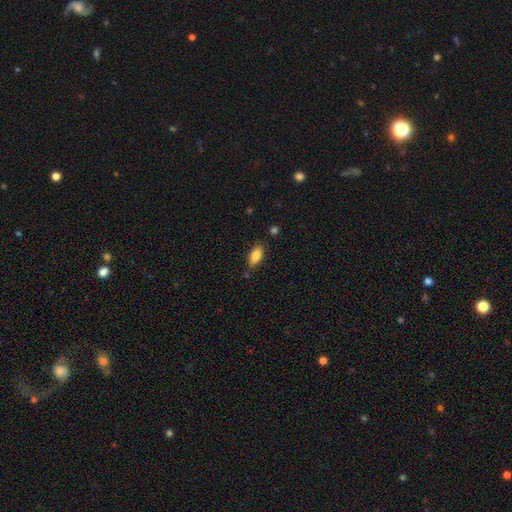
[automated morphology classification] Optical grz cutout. It shows a smooth galaxy with no disk features (86%) that is in between round and cigar-shaped (89%). Merging: none (80%).